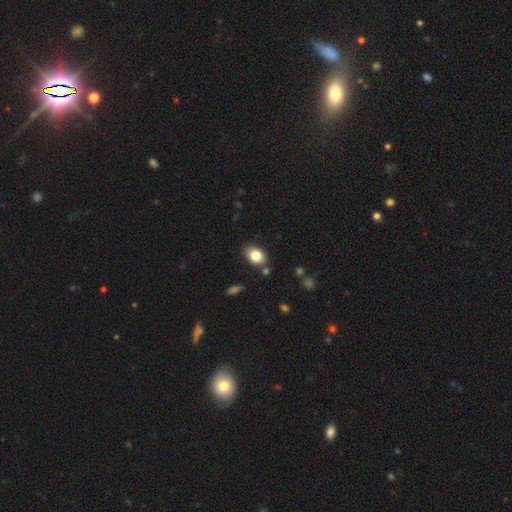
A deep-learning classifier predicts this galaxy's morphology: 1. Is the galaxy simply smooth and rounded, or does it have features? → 83% smooth, 9% star or artifact, 9% featured or disk.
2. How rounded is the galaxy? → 74% in between, 25% round, 1% cigar-shaped.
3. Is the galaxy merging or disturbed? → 76% none, 16% minor disturbance, 5% merger, 3% major disturbance.